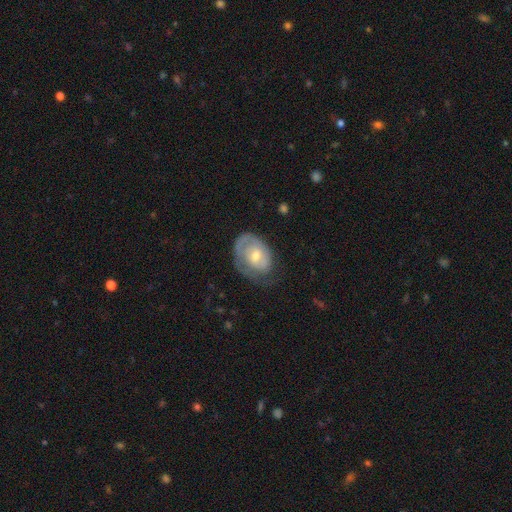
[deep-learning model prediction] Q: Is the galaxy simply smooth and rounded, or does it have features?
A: featured or disk — 65%.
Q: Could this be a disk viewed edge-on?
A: no — 96%.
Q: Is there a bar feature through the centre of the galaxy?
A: no — 70%.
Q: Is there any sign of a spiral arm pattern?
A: yes — 74%.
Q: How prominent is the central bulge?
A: moderate — 56%.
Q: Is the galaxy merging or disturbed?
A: none — 51%.